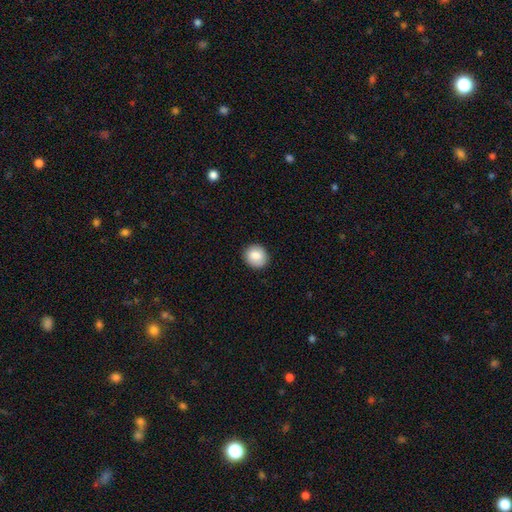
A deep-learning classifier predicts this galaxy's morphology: Smooth or featured? smooth (85%)
How rounded? round (83%)
Merging? none (90%)